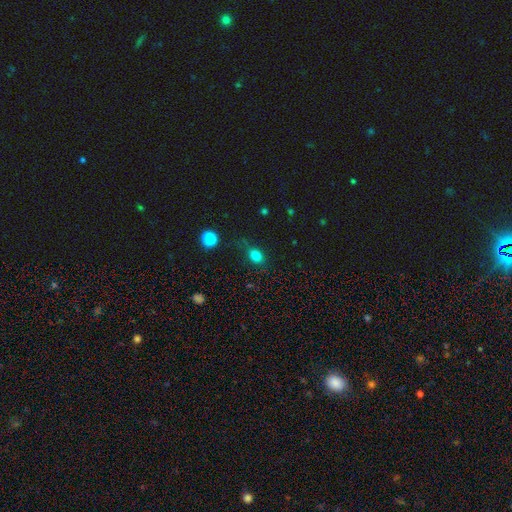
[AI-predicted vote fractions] smooth 80%, star or artifact 14%, featured or disk 6%. Down the decision tree: how rounded — in between (51%); merging — none (71%).